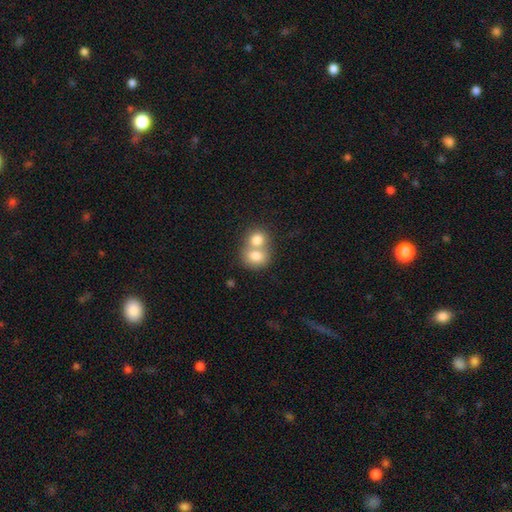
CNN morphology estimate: Overall: smooth (76%). How rounded: round (64%; in between 35%). Merging: merger (67%).